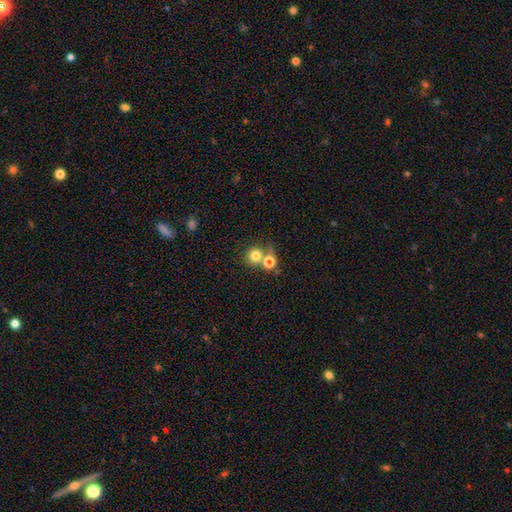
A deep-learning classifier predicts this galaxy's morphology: Smooth or featured? Predicted: smooth (p=0.77). How rounded? Predicted: round (p=0.88). Merging? Predicted: none (p=0.51).